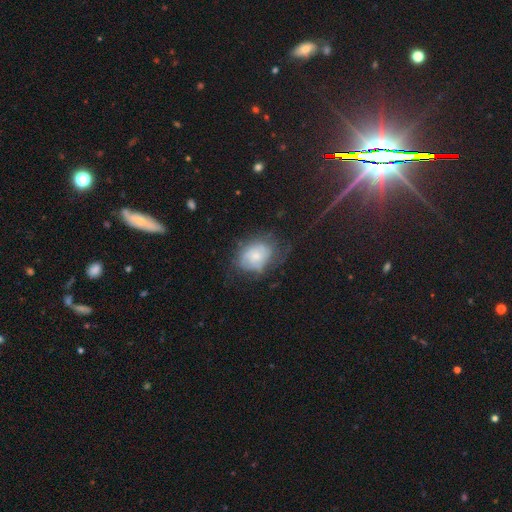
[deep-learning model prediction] smooth-or-featured: featured or disk: 53% | smooth: 37% | star or artifact: 9%
  disk-edge-on: no: 97% | yes: 3%
    bar: no: 75% | weak: 21% | strong: 3%
    has-spiral-arms: yes: 72% | no: 28%
    bulge-size: small: 43% | moderate: 39% | none: 8% | large: 8% | dominant: 2%
  merging: none: 51% | minor disturbance: 27% | major disturbance: 20% | merger: 2%